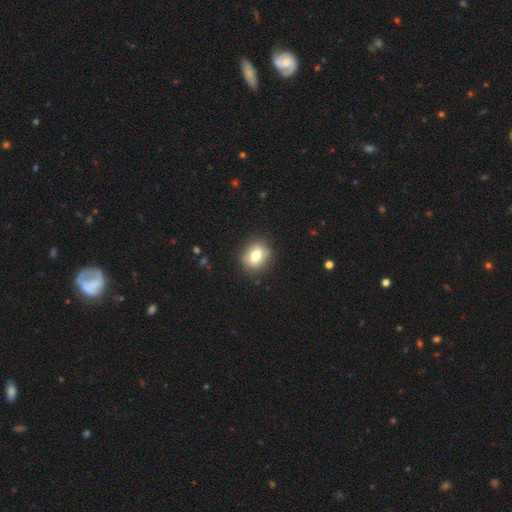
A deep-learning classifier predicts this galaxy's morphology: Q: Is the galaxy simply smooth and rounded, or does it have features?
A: smooth — 73%.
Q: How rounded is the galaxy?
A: round — 57%.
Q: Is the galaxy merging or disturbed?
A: none — 86%.